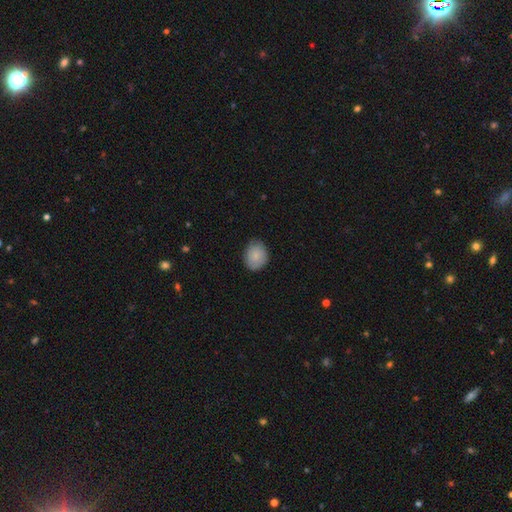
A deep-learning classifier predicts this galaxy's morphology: This appears to be a smooth galaxy with no disk features (82%) that is in between round and cigar-shaped (52%). Merging: none (76%).